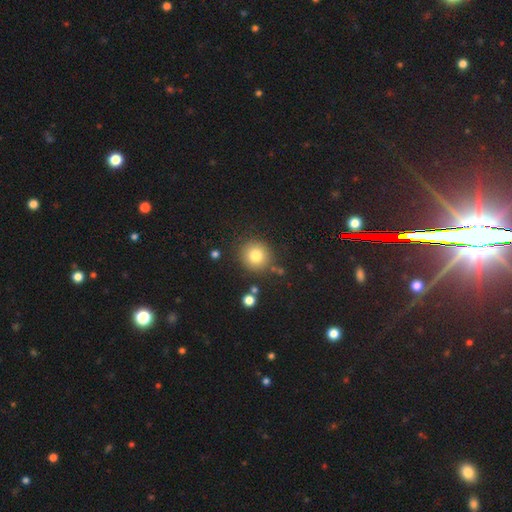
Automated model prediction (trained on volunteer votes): Q: Smooth or featured?
A: smooth (80%); runner-up: star or artifact (11%)
Q: How rounded?
A: round (92%); runner-up: in between (7%)
Q: Merging?
A: none (83%); runner-up: minor disturbance (9%)